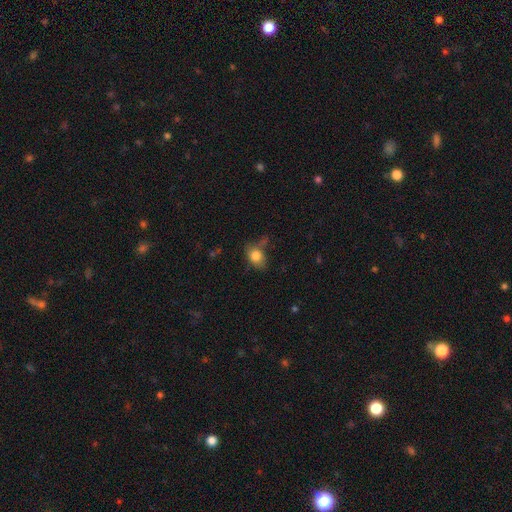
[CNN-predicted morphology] smooth-or-featured: smooth: 81% | featured or disk: 10% | star or artifact: 9%
  how-rounded: in between: 64% | round: 34% | cigar-shaped: 2%
  merging: none: 54% | minor disturbance: 28% | major disturbance: 10% | merger: 8%